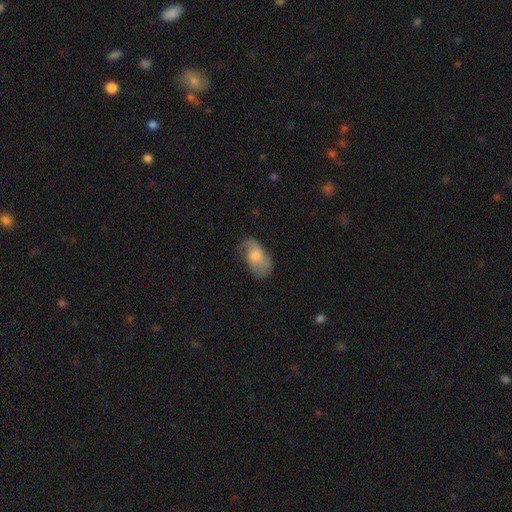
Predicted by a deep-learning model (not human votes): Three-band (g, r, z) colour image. It shows a featured or disk galaxy (46%, tied with smooth). Merging: none (56%).